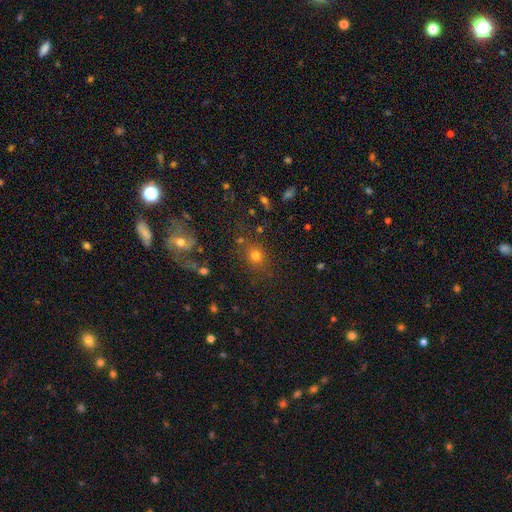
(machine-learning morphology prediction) Q: Smooth or featured?
A: smooth (71%); runner-up: star or artifact (18%)
Q: How rounded?
A: round (76%); runner-up: in between (23%)
Q: Merging?
A: none (73%); runner-up: minor disturbance (11%)